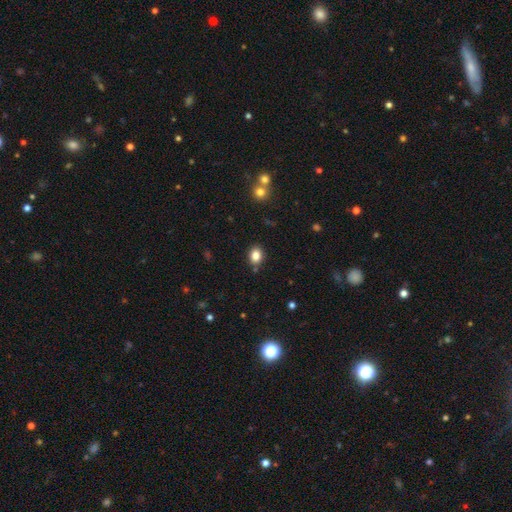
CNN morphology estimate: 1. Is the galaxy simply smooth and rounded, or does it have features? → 83% smooth, 10% star or artifact, 6% featured or disk.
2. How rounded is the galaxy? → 55% in between, 44% round, 1% cigar-shaped.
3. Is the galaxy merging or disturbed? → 86% none, 9% minor disturbance, 3% merger, 2% major disturbance.